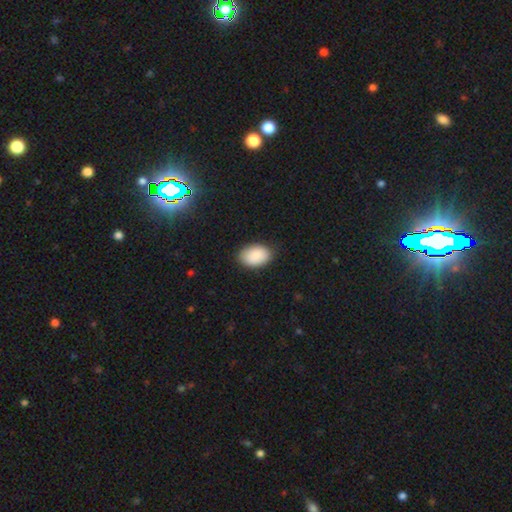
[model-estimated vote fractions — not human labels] Smooth or featured: smooth — 90% (star or artifact — 6%)
How rounded: in between — 88% (round — 11%)
Merging: none — 85% (minor disturbance — 12%)